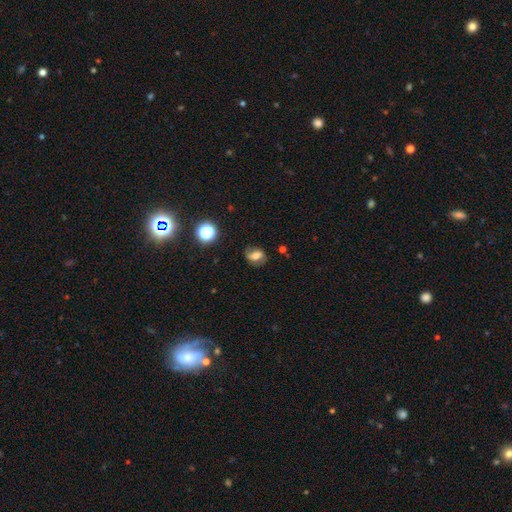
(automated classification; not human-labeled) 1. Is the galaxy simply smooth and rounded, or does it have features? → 56% smooth, 30% featured or disk, 14% star or artifact.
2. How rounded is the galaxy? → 62% in between, 36% round, 2% cigar-shaped.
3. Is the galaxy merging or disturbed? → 71% none, 19% minor disturbance, 7% major disturbance, 2% merger.